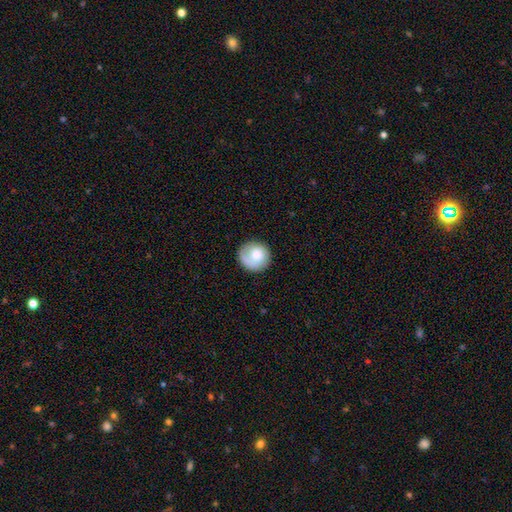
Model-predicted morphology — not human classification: A smooth galaxy with no disk features (77%) that is round (90%). Merging: none (74%).